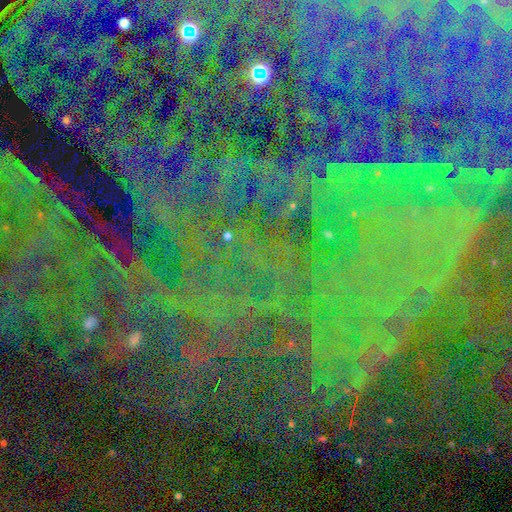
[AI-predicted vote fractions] Morphology: type=star or artifact (86%).